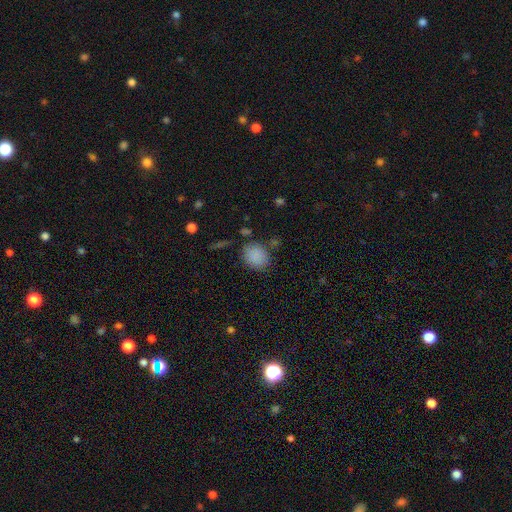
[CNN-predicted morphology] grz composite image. It shows a smooth galaxy with no disk features (86%) that is round (68%). Merging: none (77%).